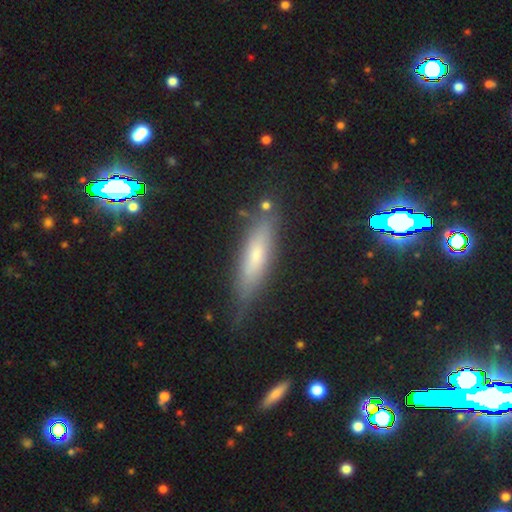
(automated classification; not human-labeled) Smooth or featured: smooth — 55% (featured or disk — 35%)
How rounded: cigar-shaped — 71% (in between — 27%)
Merging: none — 72% (minor disturbance — 19%)